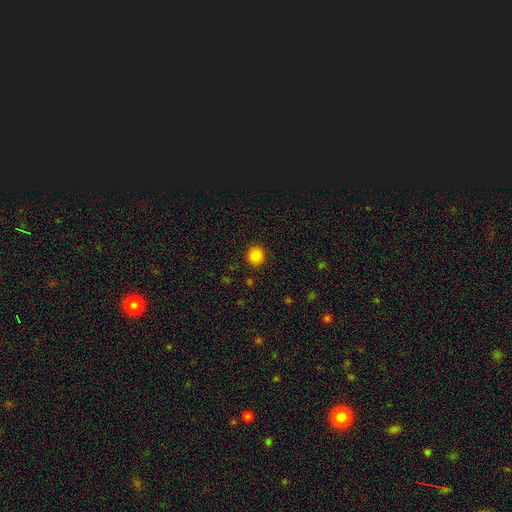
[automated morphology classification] smooth-or-featured: smooth: 85% | star or artifact: 11% | featured or disk: 4%
  how-rounded: round: 87% | in between: 12% | cigar-shaped: 1%
  merging: none: 90% | minor disturbance: 6% | major disturbance: 2% | merger: 1%